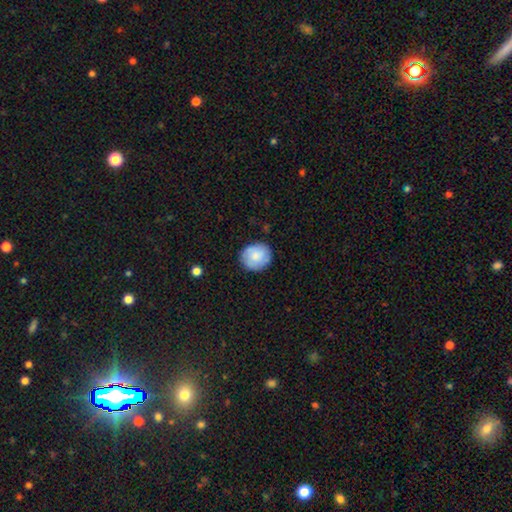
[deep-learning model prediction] smooth_or_featured: smooth (p=0.76) [alt: featured or disk p=0.17]
how_rounded: round (p=0.82) [alt: in between p=0.17]
merging: none (p=0.84) [alt: minor disturbance p=0.12]